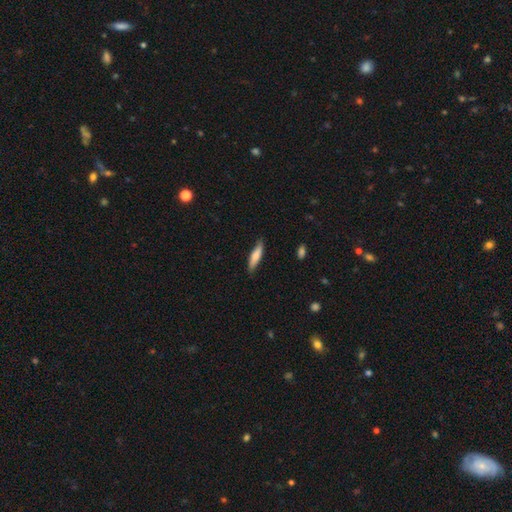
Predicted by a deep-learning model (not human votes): Smooth or featured: smooth — 75% (featured or disk — 19%)
How rounded: cigar-shaped — 77% (in between — 21%)
Merging: none — 81% (minor disturbance — 15%)